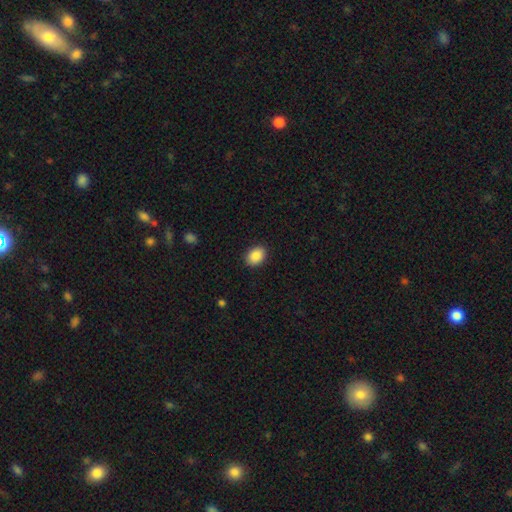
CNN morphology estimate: A smooth galaxy with no disk features (88%) that is in between round and cigar-shaped (69%). Merging: none (90%).